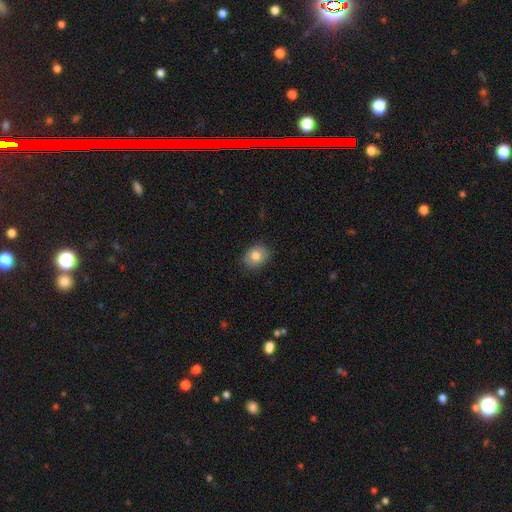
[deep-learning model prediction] A smooth galaxy with no disk features (71%) that is in between round and cigar-shaped (50%). Merging: none (84%).